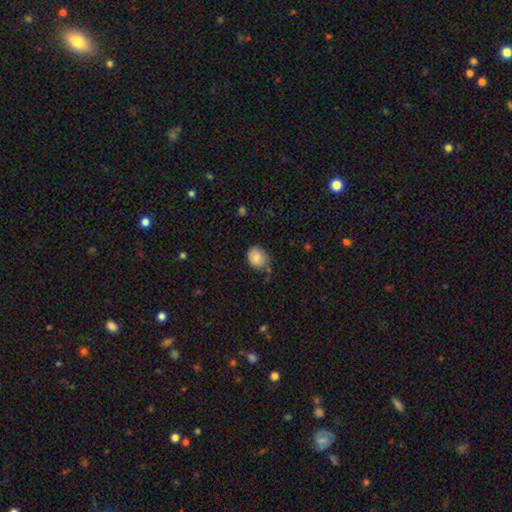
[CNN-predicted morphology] Overall: smooth (82%). How rounded: round (58%; in between 41%). Merging: none (67%).